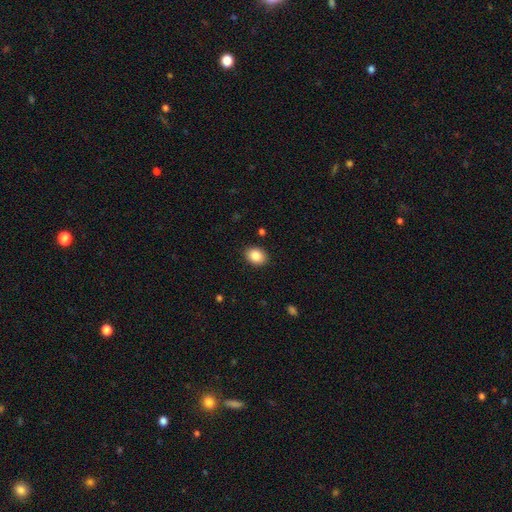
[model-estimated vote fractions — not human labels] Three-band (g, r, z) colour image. It shows a smooth galaxy with no disk features (87%) that is in between round and cigar-shaped (63%). Merging: none (89%).